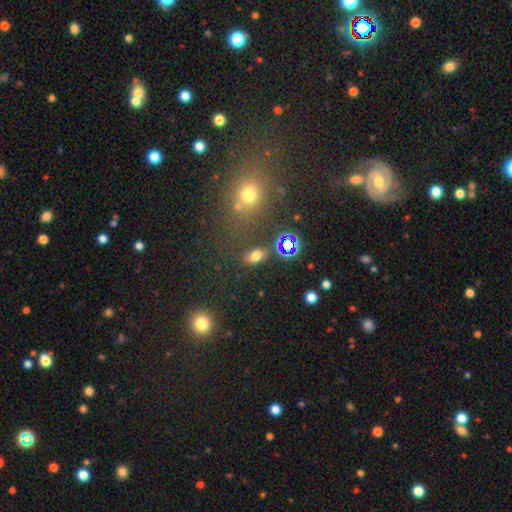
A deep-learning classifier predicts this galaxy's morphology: A smooth galaxy with no disk features (66%) that is in between round and cigar-shaped (81%).

Vote fractions:
- Smooth or featured? smooth: 66% / star or artifact: 23% / featured or disk: 11%
- How rounded? in between: 81% / round: 12% / cigar-shaped: 7%
- Merging? none: 76% / minor disturbance: 12% / merger: 6% / major disturbance: 5%